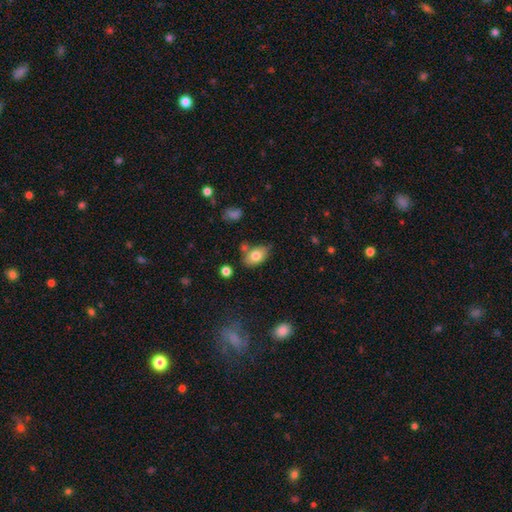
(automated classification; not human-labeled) This is likely a smooth galaxy (78%). How rounded: clearly in between (88%). Merging: likely none (67%).